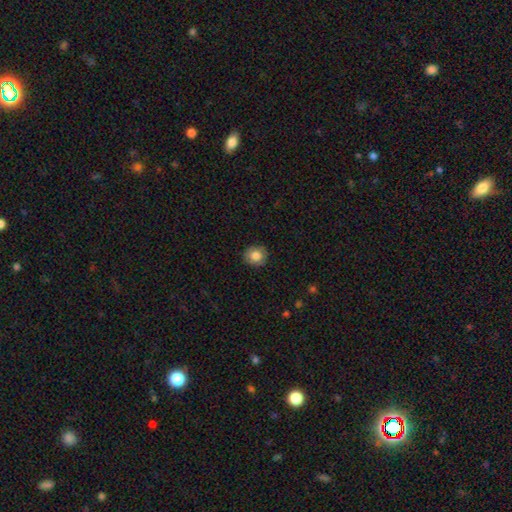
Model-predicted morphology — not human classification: Smooth or featured? Predicted: smooth (p=0.83). How rounded? Predicted: round (p=0.85). Merging? Predicted: none (p=0.89).